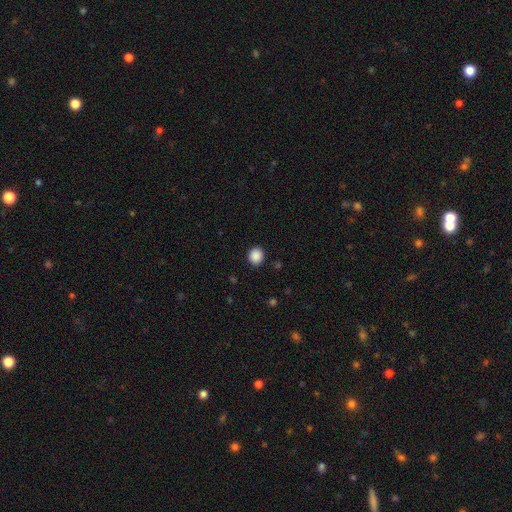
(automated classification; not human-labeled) Q: Smooth or featured?
A: smooth (88%); runner-up: star or artifact (9%)
Q: How rounded?
A: round (83%); runner-up: in between (16%)
Q: Merging?
A: none (91%); runner-up: minor disturbance (6%)